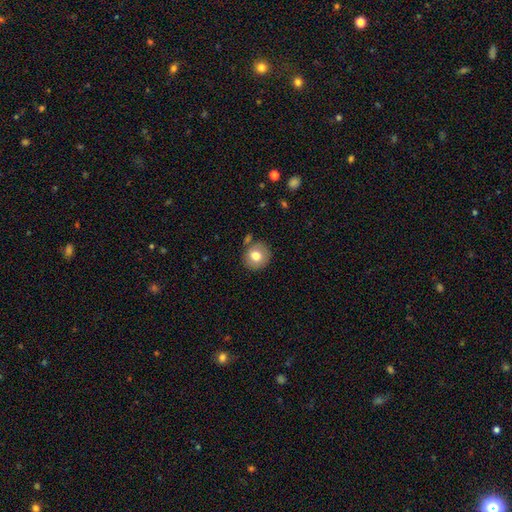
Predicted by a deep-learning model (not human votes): The model was most divided on "smooth or featured": smooth: 75%, featured or disk: 16%, star or artifact: 9%. More confident: how rounded — round (88%); merging — none (79%).